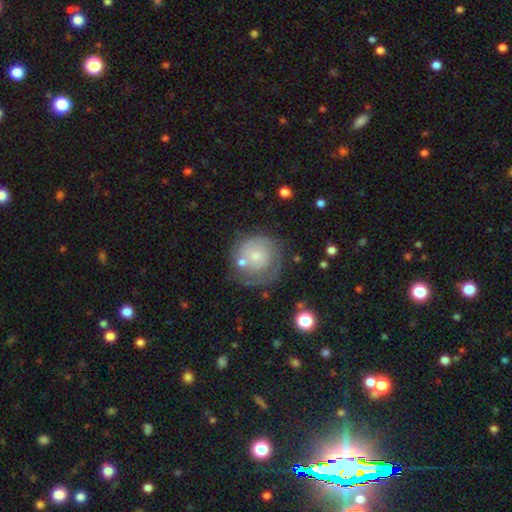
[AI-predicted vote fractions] Q: Smooth or featured?
A: featured or disk (51%); runner-up: smooth (42%)
Q: Edge-on disk?
A: no (98%); runner-up: yes (2%)
Q: Merging?
A: none (60%); runner-up: minor disturbance (20%)